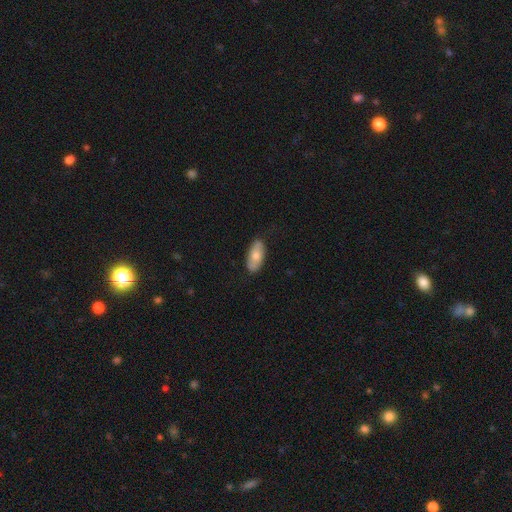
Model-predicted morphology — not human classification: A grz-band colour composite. It shows a smooth galaxy with no disk features (71%) that is in between round and cigar-shaped (91%). Merging: none (82%).